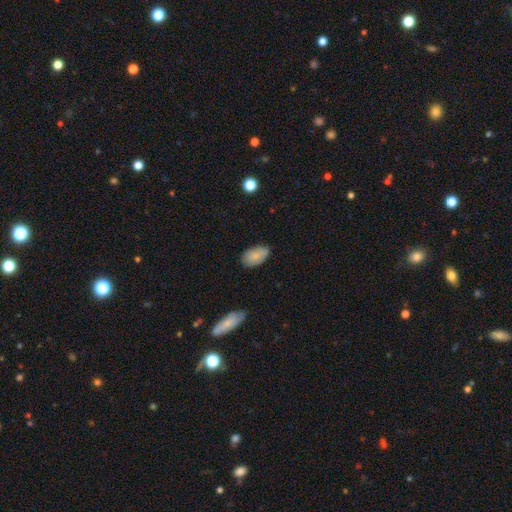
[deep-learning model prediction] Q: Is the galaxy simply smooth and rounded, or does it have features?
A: smooth — 83%.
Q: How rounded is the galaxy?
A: in between — 94%.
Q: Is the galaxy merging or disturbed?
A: none — 78%.